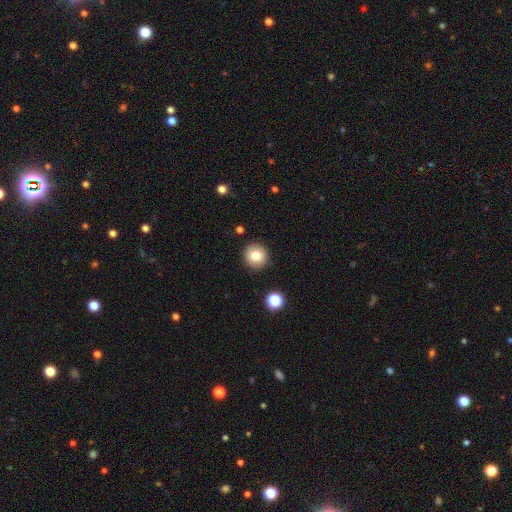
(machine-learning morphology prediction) Smooth or featured? Predicted: smooth (p=0.81). How rounded? Predicted: round (p=0.94). Merging? Predicted: none (p=0.90).